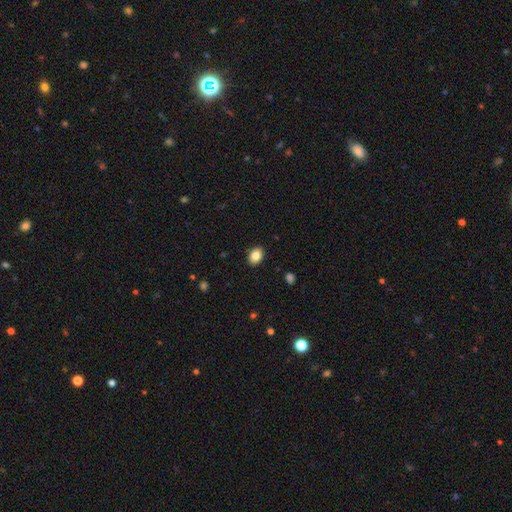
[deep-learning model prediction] Morphology: type=smooth (84%); roundness=in between (72%); merging=none (89%).